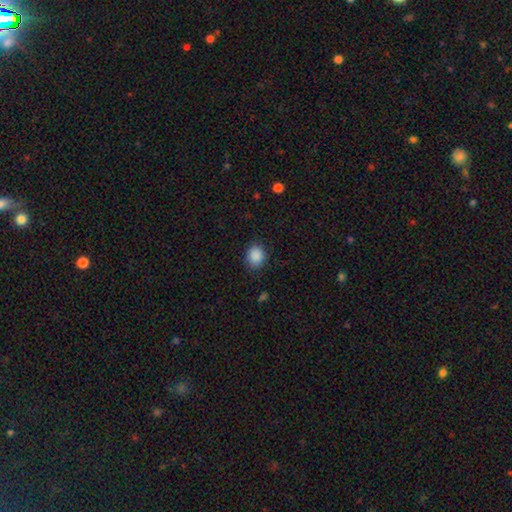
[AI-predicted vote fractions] Smooth or featured: smooth — 88% (star or artifact — 9%)
How rounded: round — 64% (in between — 35%)
Merging: none — 84% (minor disturbance — 12%)